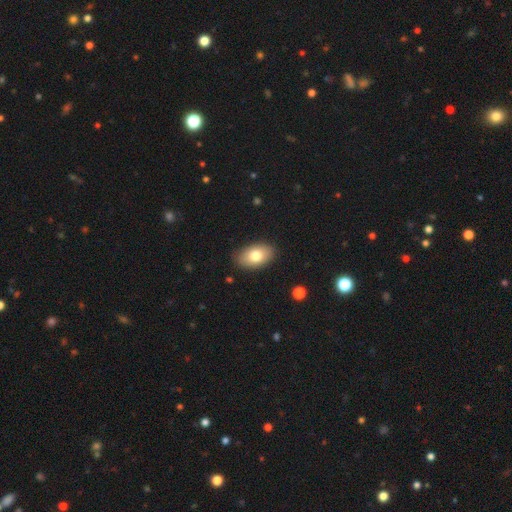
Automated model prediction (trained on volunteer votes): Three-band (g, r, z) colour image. It shows a smooth galaxy with no disk features (77%) that is in between round and cigar-shaped (91%). Merging: none (87%).